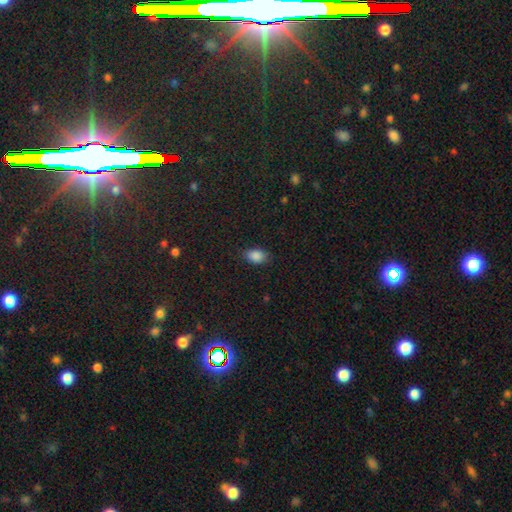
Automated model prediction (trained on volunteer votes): This appears to be a smooth galaxy with no disk features (87%) that is in between round and cigar-shaped (87%). Merging: none (82%).